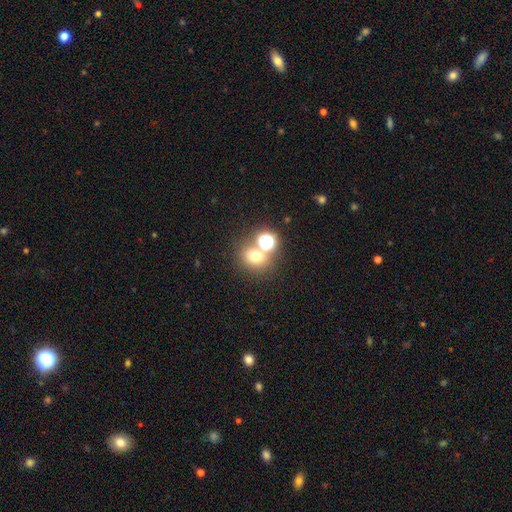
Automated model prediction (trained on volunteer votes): smooth 67%, star or artifact 23%, featured or disk 10%. Down the decision tree: how rounded — round (75%); merging — none (60%).